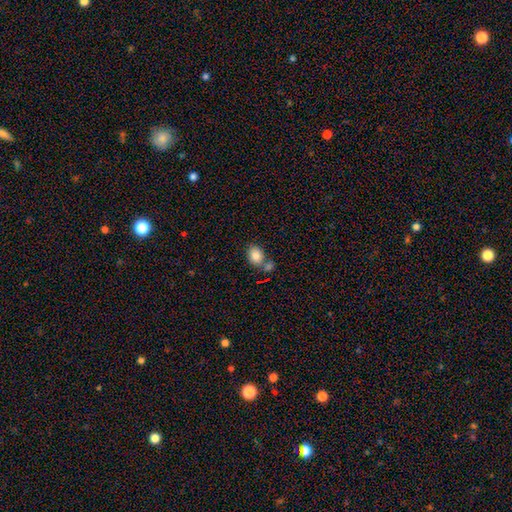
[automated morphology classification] A smooth galaxy with no disk features (86%) that is in between round and cigar-shaped (54%).

Vote fractions:
- Smooth or featured? smooth: 86% / star or artifact: 8% / featured or disk: 6%
- How rounded? in between: 54% / round: 45% / cigar-shaped: 1%
- Merging? none: 56% / merger: 27% / minor disturbance: 12% / major disturbance: 4%